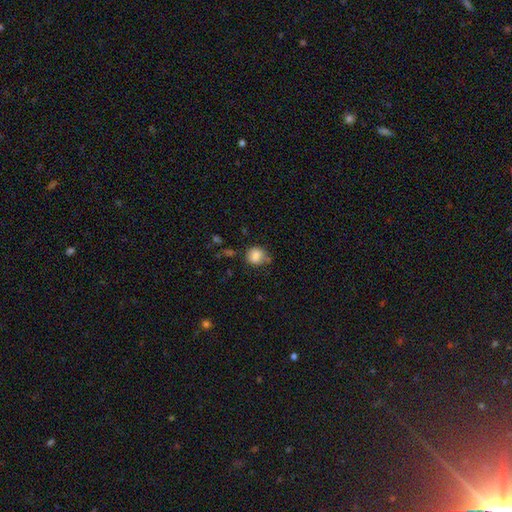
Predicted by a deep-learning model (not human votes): smooth-or-featured: smooth: 82% | star or artifact: 10% | featured or disk: 8%
  how-rounded: round: 69% | in between: 30% | cigar-shaped: 1%
  merging: none: 60% | minor disturbance: 27% | major disturbance: 8% | merger: 6%